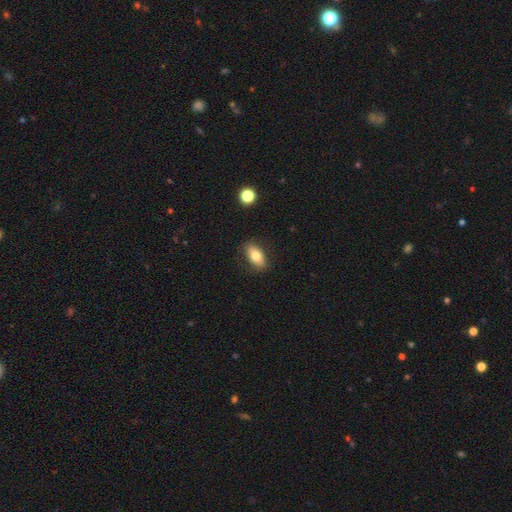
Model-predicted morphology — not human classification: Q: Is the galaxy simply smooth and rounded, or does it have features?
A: smooth — 75%.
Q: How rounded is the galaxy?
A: in between — 87%.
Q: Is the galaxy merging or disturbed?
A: none — 83%.